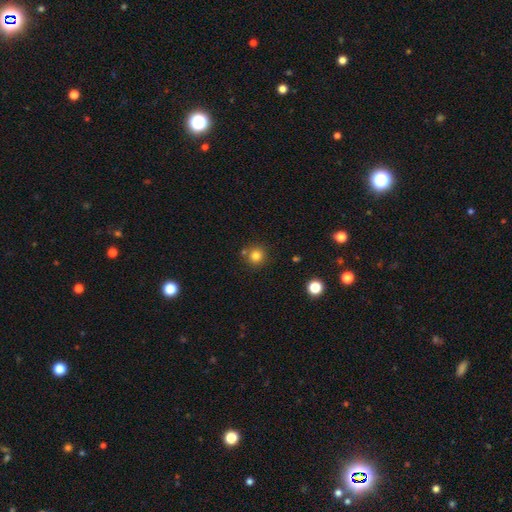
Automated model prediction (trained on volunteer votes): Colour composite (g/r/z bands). It shows a smooth galaxy with no disk features (81%) that is round (93%). Merging: none (76%).